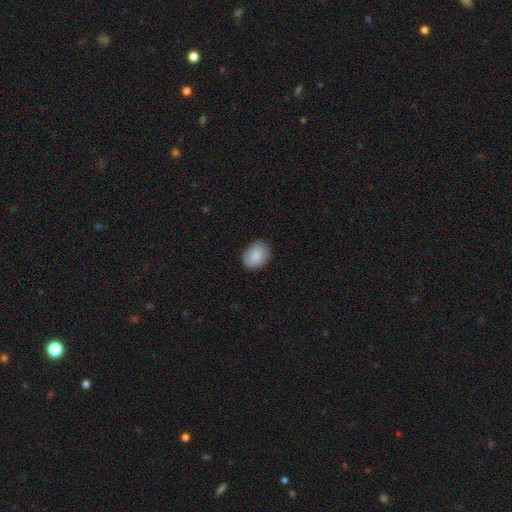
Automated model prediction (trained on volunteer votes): This appears to be a smooth galaxy with no disk features (86%) that is in between round and cigar-shaped (63%). Merging: none (82%).